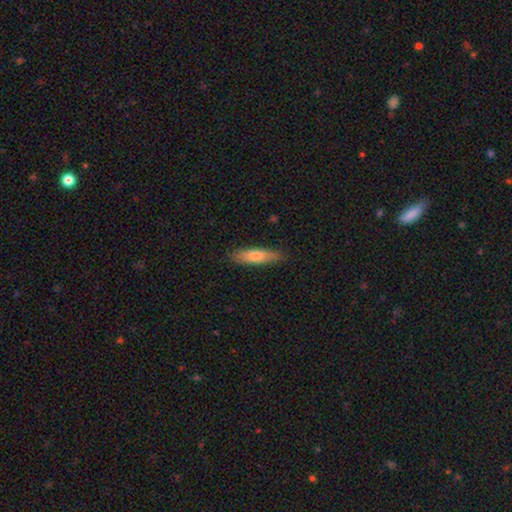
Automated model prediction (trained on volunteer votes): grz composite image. It shows a smooth galaxy with no disk features (71%) that is cigar-shaped (69%). Merging: none (86%).